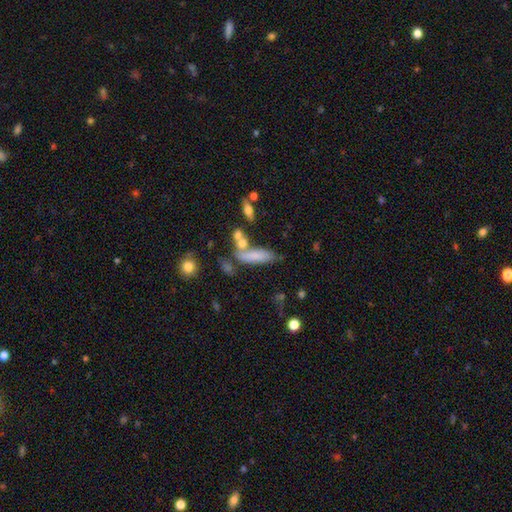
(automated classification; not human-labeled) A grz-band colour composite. It shows a smooth galaxy with no disk features (74%) that is cigar-shaped (51%). Merging: none (48%).